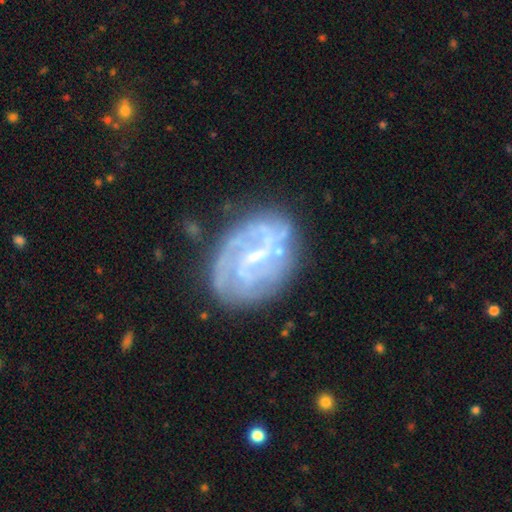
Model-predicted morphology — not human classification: This is clearly a featured or disk galaxy (82%). It is clearly not viewed edge-on (97%). Bar: possibly weak (51%). Spiral arm pattern: clearly yes (87%). Spiral arm count: marginally 2 (37%). Spiral winding: possibly tight (50%). Central bulge: possibly small (58%). Merging: likely none (69%).